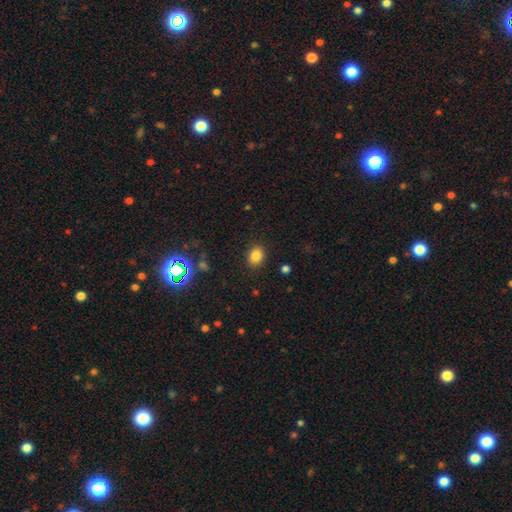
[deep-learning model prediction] Smooth or featured? smooth (82%)
How rounded? round (53%)
Merging? none (87%)